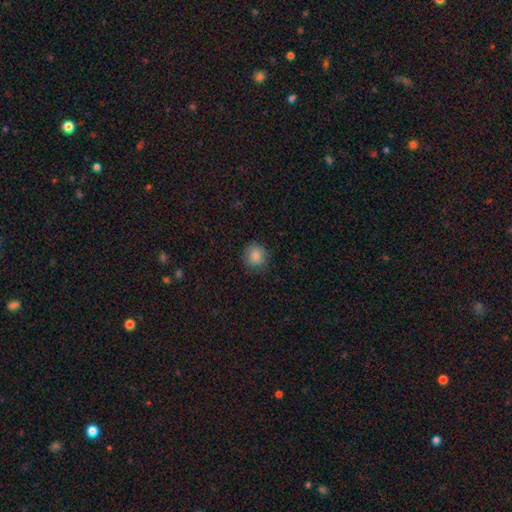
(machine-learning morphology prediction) The model was most divided on "merging": none: 82%, minor disturbance: 13%, major disturbance: 4%, merger: 1%. More confident: how rounded — round (88%); smooth or featured — smooth (85%).